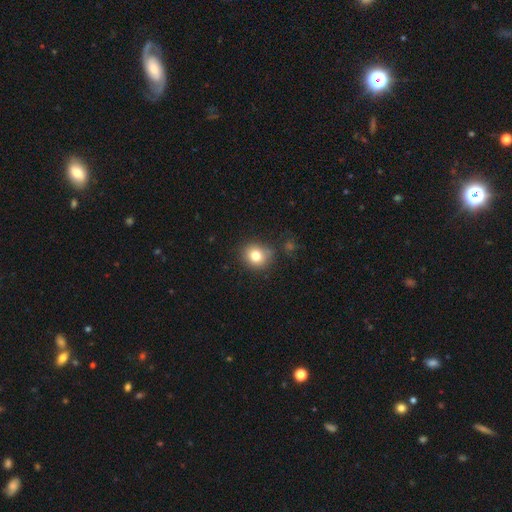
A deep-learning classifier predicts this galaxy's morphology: Q: Smooth or featured?
A: smooth (79%); runner-up: star or artifact (12%)
Q: How rounded?
A: round (80%); runner-up: in between (19%)
Q: Merging?
A: none (81%); runner-up: minor disturbance (13%)